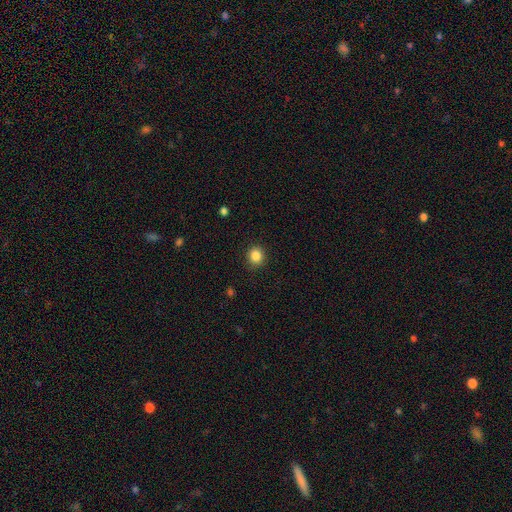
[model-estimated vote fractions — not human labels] smooth-or-featured: smooth: 86% | star or artifact: 10% | featured or disk: 4%
  how-rounded: round: 85% | in between: 15% | cigar-shaped: 1%
  merging: none: 89% | minor disturbance: 7% | major disturbance: 2% | merger: 1%